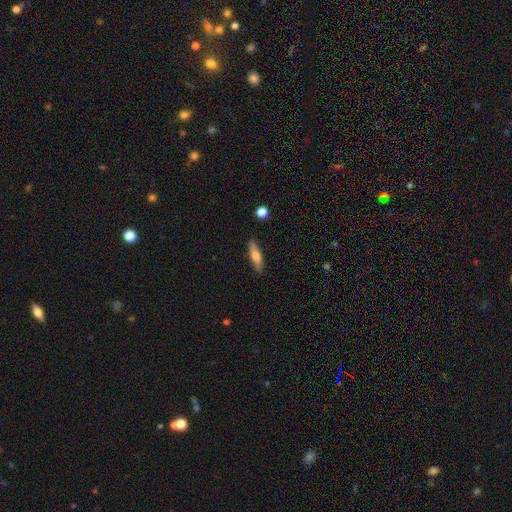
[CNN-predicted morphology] smooth-or-featured: smooth: 59% | featured or disk: 34% | star or artifact: 6%
  how-rounded: cigar-shaped: 69% | in between: 28% | round: 2%
  merging: none: 86% | minor disturbance: 10% | major disturbance: 2% | merger: 2%